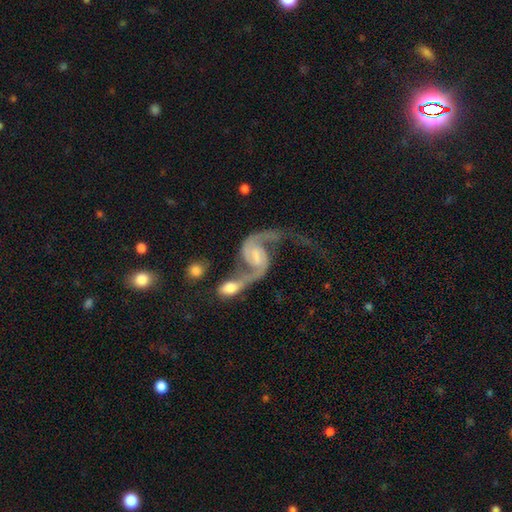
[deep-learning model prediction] Morphology: type=featured or disk (90%); edge-on=no (97%); bar=weak (46%); spiral arms=yes (97%); winding=loose (59%); arm count=2 (92%); bulge=small (44%); merging=merger (43%).